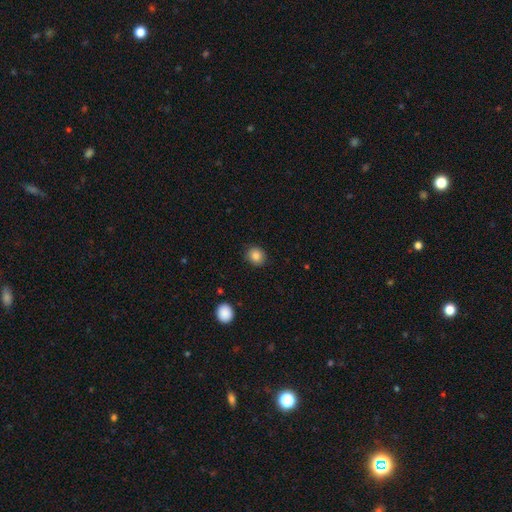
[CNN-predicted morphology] smooth_or_featured: smooth (p=0.86) [alt: star or artifact p=0.10]
how_rounded: round (p=0.80) [alt: in between p=0.19]
merging: none (p=0.88) [alt: minor disturbance p=0.08]